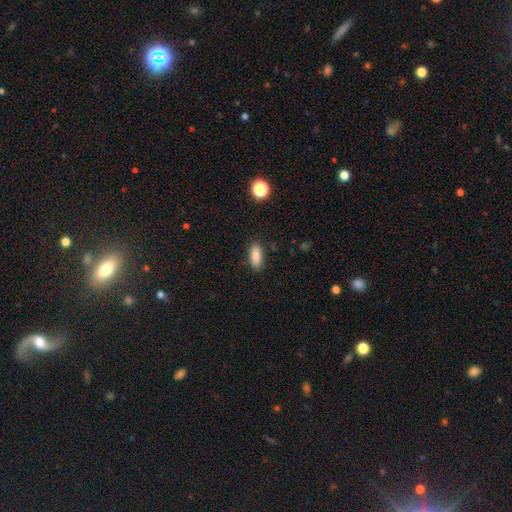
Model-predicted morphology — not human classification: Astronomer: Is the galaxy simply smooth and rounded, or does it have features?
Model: smooth — 85%.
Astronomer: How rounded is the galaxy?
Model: in between — 77%.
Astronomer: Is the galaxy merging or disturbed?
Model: none — 87%.